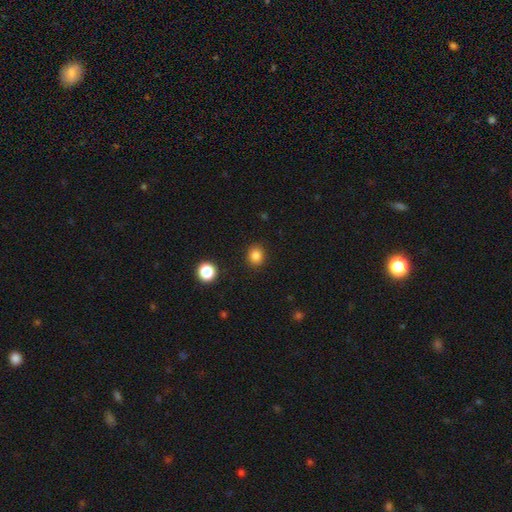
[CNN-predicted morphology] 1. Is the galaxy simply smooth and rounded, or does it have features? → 84% smooth, 12% star or artifact, 4% featured or disk.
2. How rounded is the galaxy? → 74% round, 26% in between, 1% cigar-shaped.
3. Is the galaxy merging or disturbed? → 90% none, 7% minor disturbance, 2% major disturbance, 1% merger.